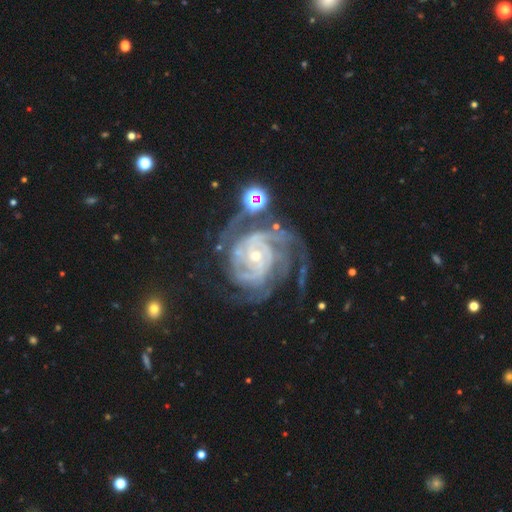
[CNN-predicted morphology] This appears to be a featured or disk galaxy (91%) with no bar (69%), 3 (28%) tight (67%) spiral arms (98%) and a small central bulge (71%). Merging: none (54%).